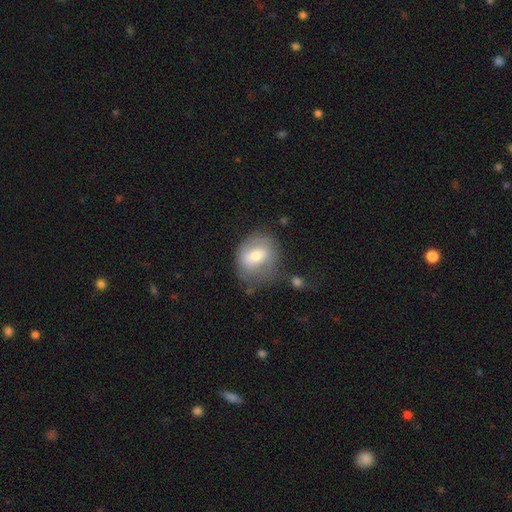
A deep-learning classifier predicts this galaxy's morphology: Q: Smooth or featured?
A: smooth (58%); runner-up: featured or disk (34%)
Q: How rounded?
A: round (53%); runner-up: in between (45%)
Q: Merging?
A: none (53%); runner-up: minor disturbance (26%)